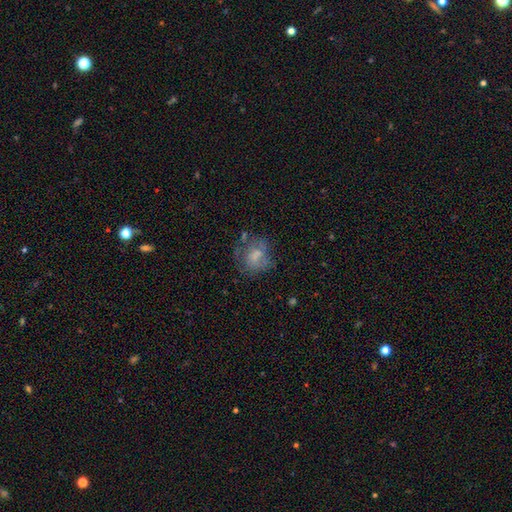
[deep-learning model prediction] smooth_or_featured: smooth (p=0.50) [alt: featured or disk p=0.39]
merging: none (p=0.48) [alt: minor disturbance p=0.23]